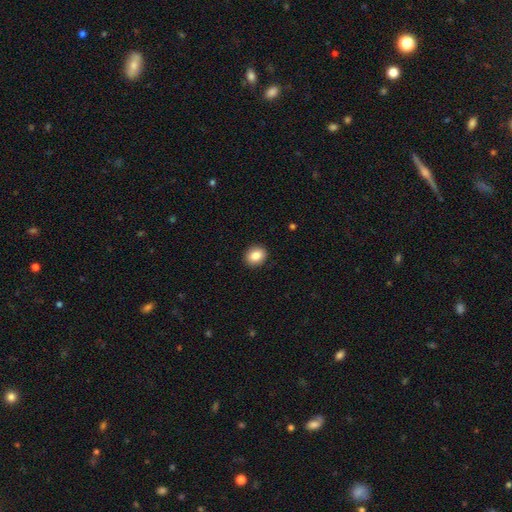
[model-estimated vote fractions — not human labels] smooth_or_featured: smooth (p=0.86) [alt: star or artifact p=0.09]
how_rounded: round (p=0.57) [alt: in between p=0.43]
merging: none (p=0.91) [alt: minor disturbance p=0.06]